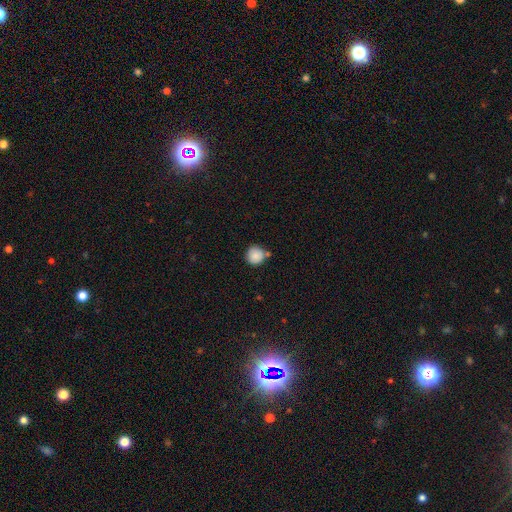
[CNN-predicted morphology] Q: Smooth or featured?
A: smooth (87%); runner-up: star or artifact (8%)
Q: How rounded?
A: round (92%); runner-up: in between (7%)
Q: Merging?
A: none (68%); runner-up: minor disturbance (16%)